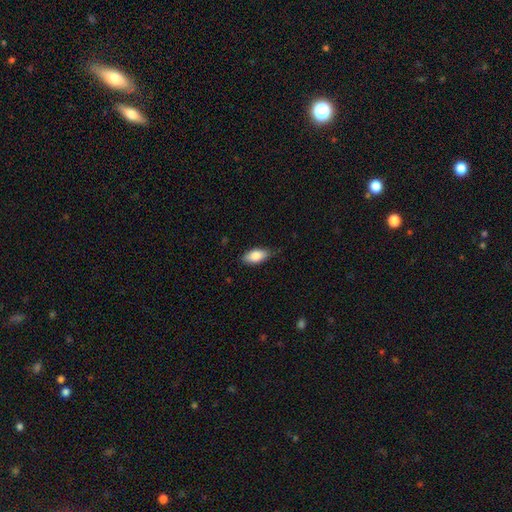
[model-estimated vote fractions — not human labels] Q: Smooth or featured?
A: smooth (83%); runner-up: featured or disk (10%)
Q: How rounded?
A: in between (89%); runner-up: cigar-shaped (8%)
Q: Merging?
A: none (81%); runner-up: minor disturbance (16%)